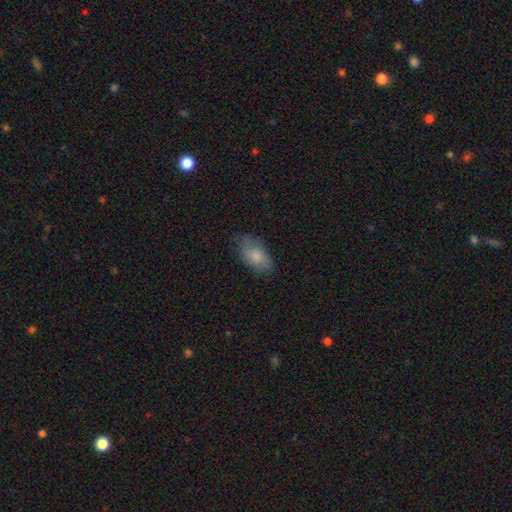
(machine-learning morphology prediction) Smooth or featured? smooth (73%)
How rounded? in between (93%)
Merging? none (68%)